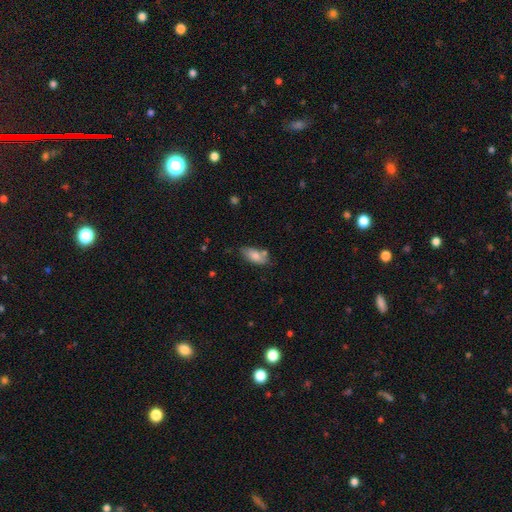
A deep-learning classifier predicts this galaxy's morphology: Q: Smooth or featured?
A: smooth (78%); runner-up: featured or disk (15%)
Q: How rounded?
A: in between (87%); runner-up: cigar-shaped (11%)
Q: Merging?
A: none (63%); runner-up: minor disturbance (21%)